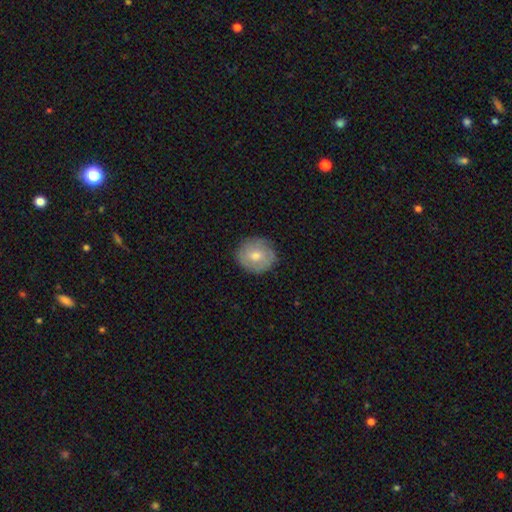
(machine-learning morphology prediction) This is possibly a smooth galaxy (54%). How rounded: clearly round (85%). Merging: clearly none (83%).